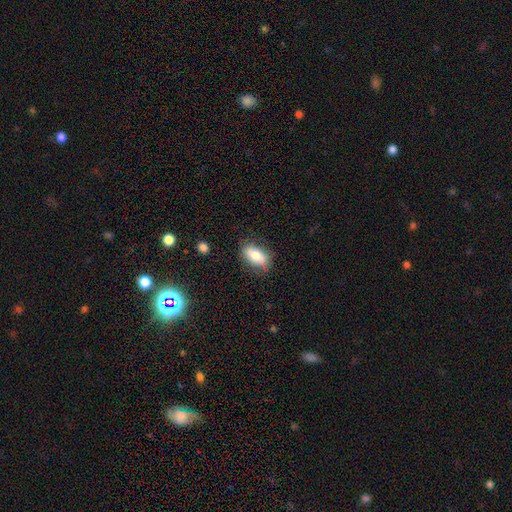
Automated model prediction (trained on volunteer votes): smooth 73%, featured or disk 19%, star or artifact 7%. Down the decision tree: how rounded — in between (85%); merging — none (79%).